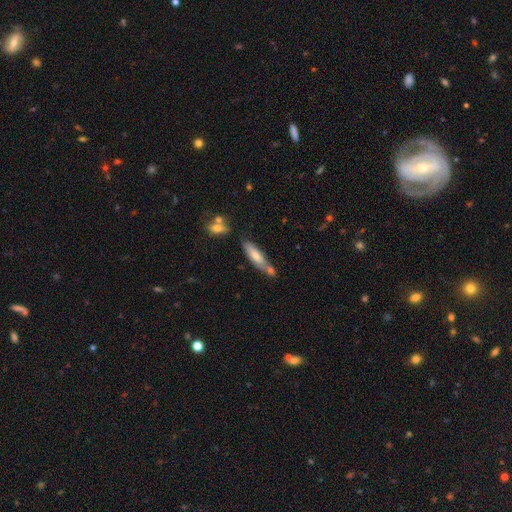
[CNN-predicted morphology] Smooth or featured? smooth (67%)
How rounded? cigar-shaped (61%)
Merging? none (52%)